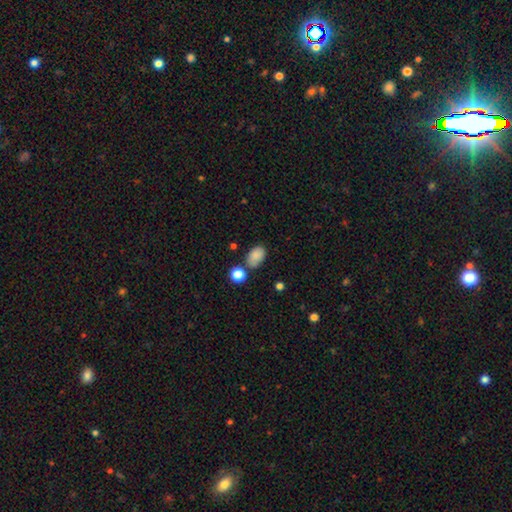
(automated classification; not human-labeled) Smooth or featured?
  - smooth: 84% *
  - star or artifact: 9%
  - featured or disk: 7%
How rounded?
  - in between: 85% *
  - round: 14%
  - cigar-shaped: 1%
Merging?
  - none: 66% *
  - minor disturbance: 21%
  - merger: 9%
  - major disturbance: 5%